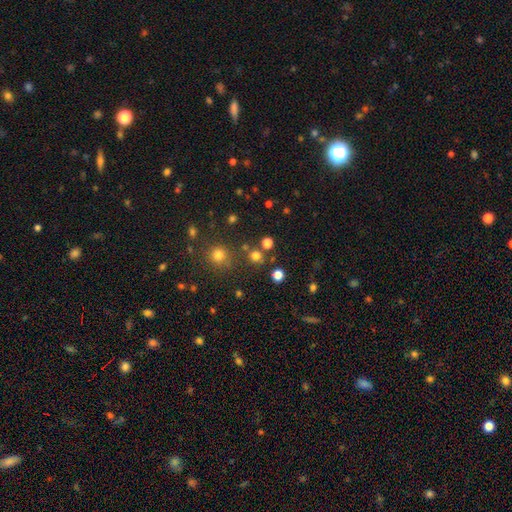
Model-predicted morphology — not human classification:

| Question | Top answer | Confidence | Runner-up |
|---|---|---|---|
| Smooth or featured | smooth | 72% | star or artifact (22%) |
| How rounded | round | 89% | in between (10%) |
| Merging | none | 76% | merger (12%) |